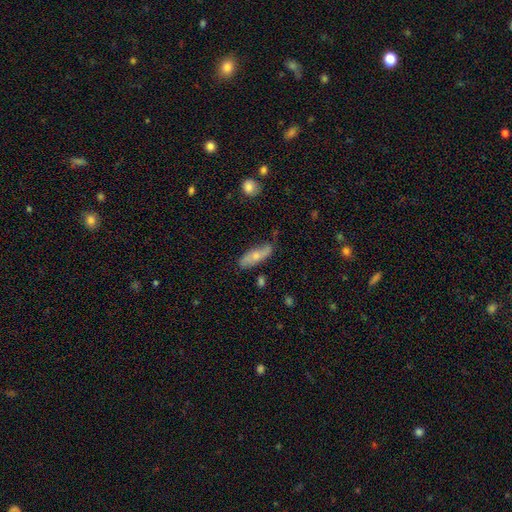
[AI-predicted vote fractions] Morphology: type=smooth (57%); roundness=in between (55%); merging=none (68%).